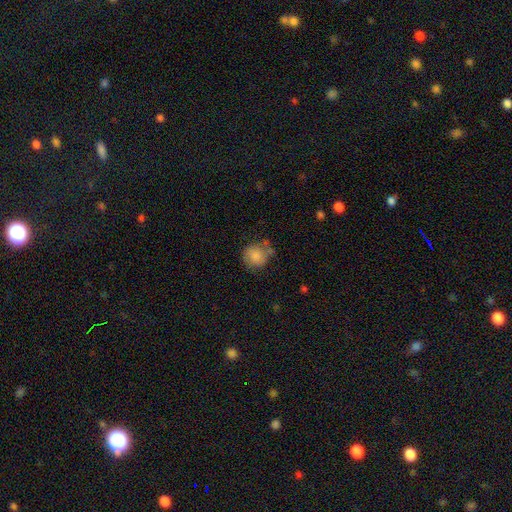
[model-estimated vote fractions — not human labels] Smooth or featured? smooth (76%)
How rounded? round (83%)
Merging? none (56%)